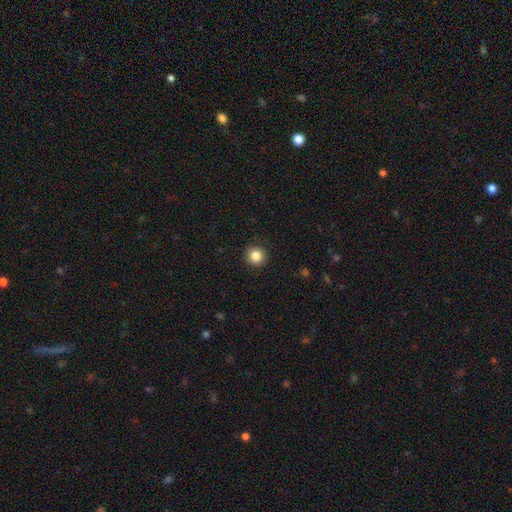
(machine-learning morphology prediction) A smooth galaxy with no disk features (85%) that is round (94%).

Vote fractions:
- Smooth or featured? smooth: 85% / star or artifact: 10% / featured or disk: 5%
- How rounded? round: 94% / in between: 5% / cigar-shaped: 1%
- Merging? none: 92% / minor disturbance: 5% / major disturbance: 2% / merger: 1%